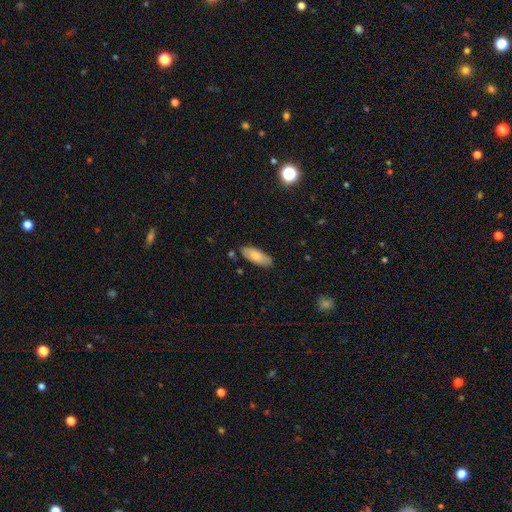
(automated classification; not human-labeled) The model was most divided on "smooth or featured": smooth: 75%, featured or disk: 19%, star or artifact: 6%. More confident: merging — none (82%); how rounded — in between (81%).